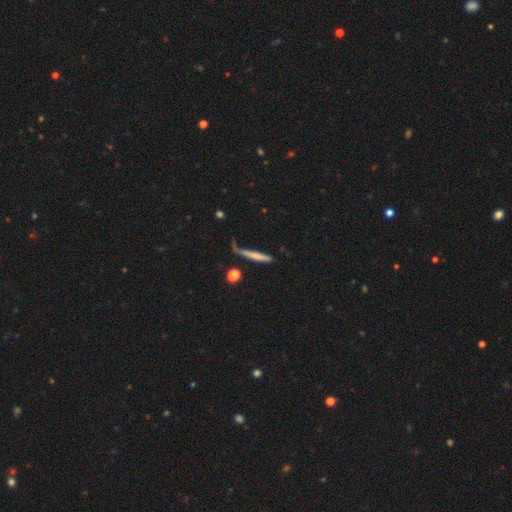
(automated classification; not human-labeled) A smooth galaxy with no disk features (64%) that is cigar-shaped (90%).

Vote fractions:
- Smooth or featured? smooth: 64% / featured or disk: 27% / star or artifact: 8%
- How rounded? cigar-shaped: 90% / in between: 7% / round: 3%
- Merging? none: 53% / minor disturbance: 22% / major disturbance: 17% / merger: 8%